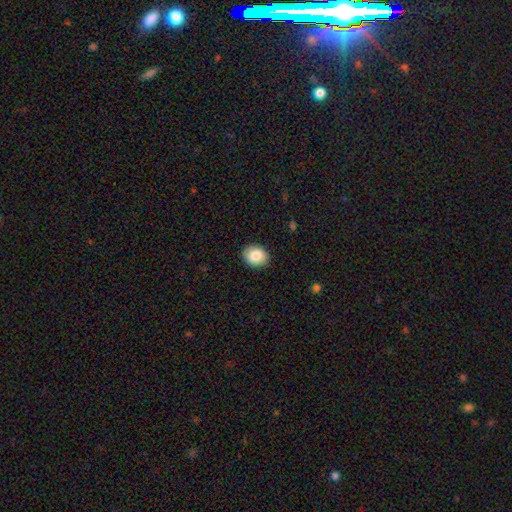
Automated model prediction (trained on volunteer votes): Smooth or featured? Predicted: smooth (p=0.86). How rounded? Predicted: round (p=0.51). Merging? Predicted: none (p=0.90).